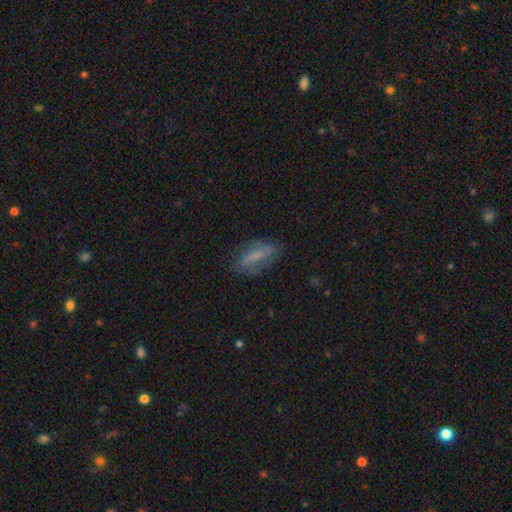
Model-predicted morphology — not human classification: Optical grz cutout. It shows a smooth galaxy with no disk features (54%) that is in between round and cigar-shaped (59%). Merging: none (71%).